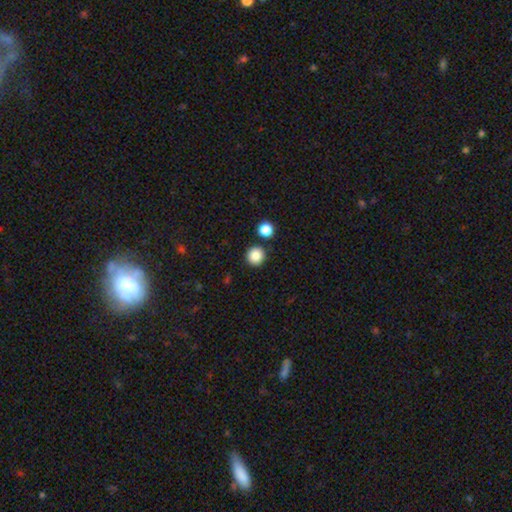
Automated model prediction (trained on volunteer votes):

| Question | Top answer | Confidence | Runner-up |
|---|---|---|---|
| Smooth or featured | smooth | 86% | star or artifact (10%) |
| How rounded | round | 95% | in between (5%) |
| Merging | none | 88% | minor disturbance (6%) |